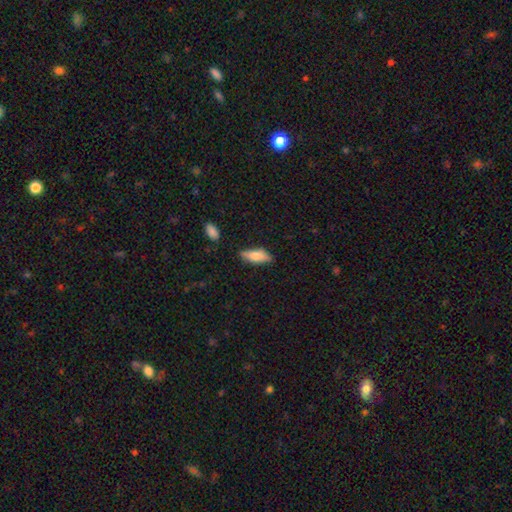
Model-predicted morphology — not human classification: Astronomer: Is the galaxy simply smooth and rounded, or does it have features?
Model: smooth — 67%.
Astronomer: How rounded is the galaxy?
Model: in between — 67%.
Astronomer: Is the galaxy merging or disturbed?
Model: none — 78%.